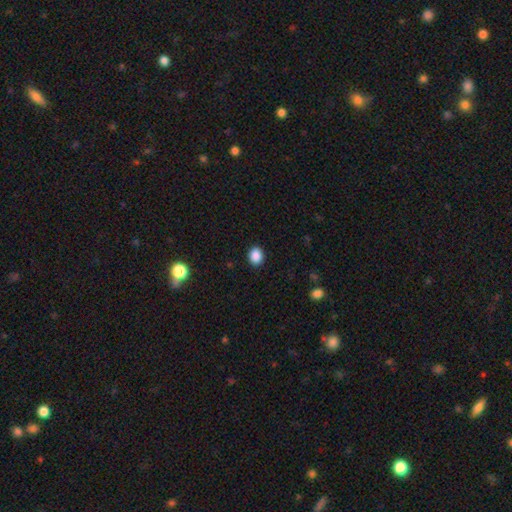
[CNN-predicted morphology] The model was most divided on "how rounded": round: 54%, in between: 45%, cigar-shaped: 1%. More confident: merging — none (91%); smooth or featured — smooth (88%).